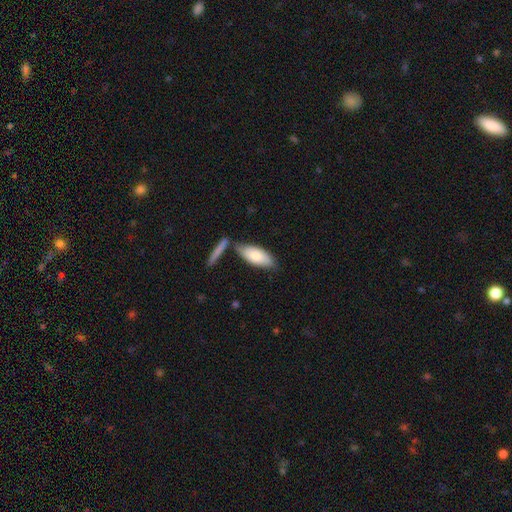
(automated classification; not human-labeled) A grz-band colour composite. It shows a smooth galaxy with no disk features (78%) that is in between round and cigar-shaped (80%). Merging: none (63%).